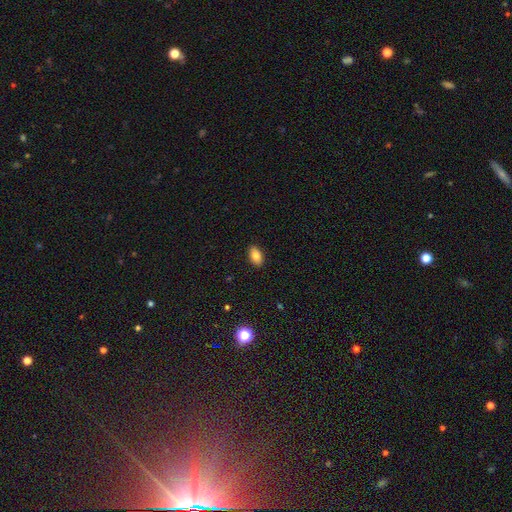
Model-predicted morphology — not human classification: Smooth or featured: smooth — 84% (star or artifact — 8%)
How rounded: in between — 92% (round — 5%)
Merging: none — 90% (minor disturbance — 8%)